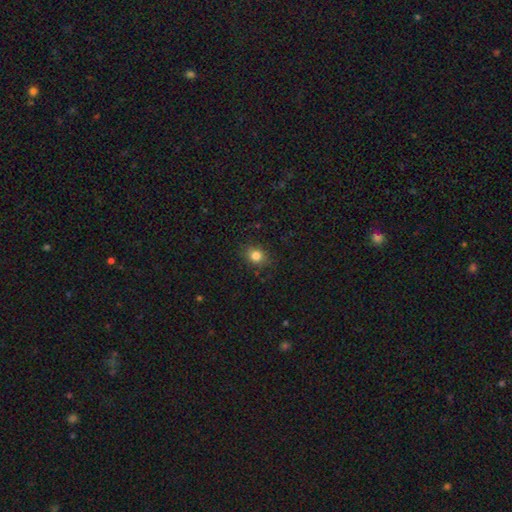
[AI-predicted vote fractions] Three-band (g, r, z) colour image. It shows a smooth galaxy with no disk features (82%) that is round (59%). Merging: none (84%).